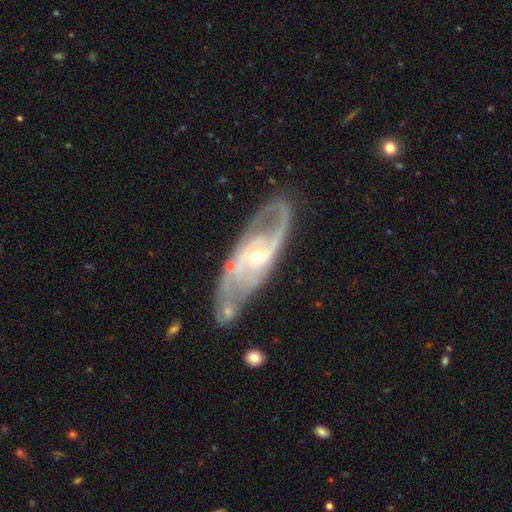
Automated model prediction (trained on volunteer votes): A featured or disk galaxy (87%) with no bar (55%), 2 (77%) medium (49%) spiral arms (92%) and a small central bulge (65%). Merging: none (69%).